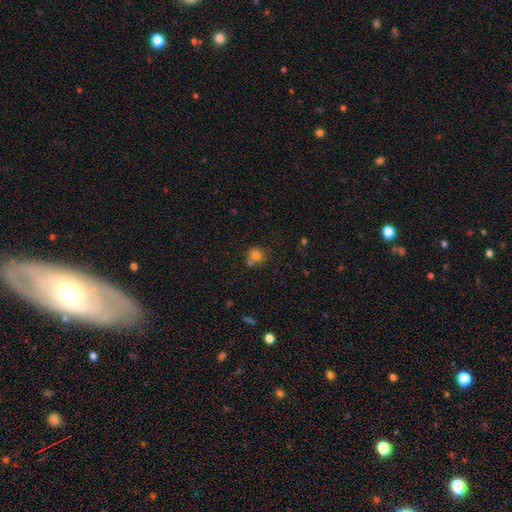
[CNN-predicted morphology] A smooth galaxy with no disk features (78%) that is round (88%).

Vote fractions:
- Smooth or featured? smooth: 78% / star or artifact: 13% / featured or disk: 8%
- How rounded? round: 88% / in between: 11% / cigar-shaped: 1%
- Merging? none: 65% / merger: 21% / minor disturbance: 11% / major disturbance: 3%